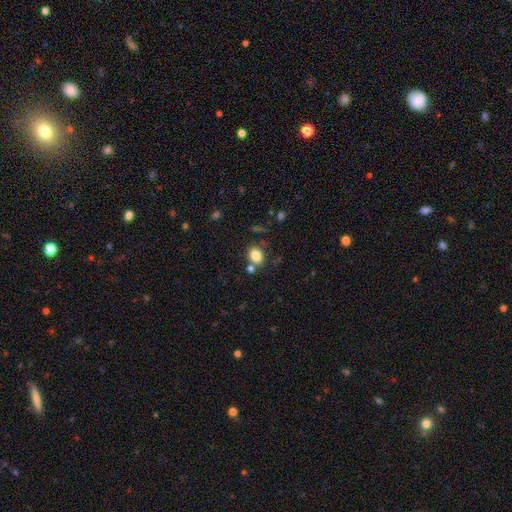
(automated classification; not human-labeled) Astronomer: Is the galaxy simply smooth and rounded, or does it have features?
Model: smooth — 83%.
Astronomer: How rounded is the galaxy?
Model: in between — 58% (runner-up: round, 41%).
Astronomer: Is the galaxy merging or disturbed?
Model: none — 71%.